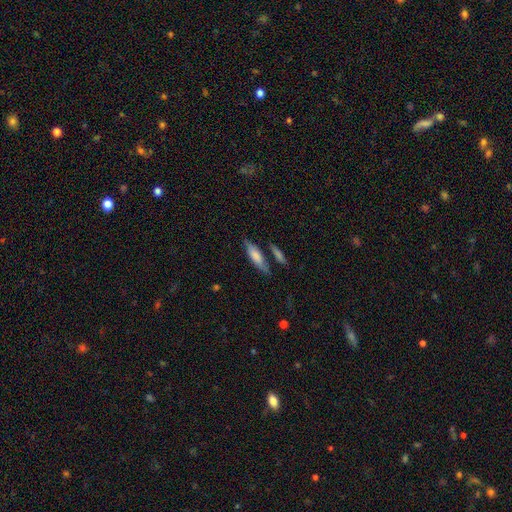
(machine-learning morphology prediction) Smooth or featured? Predicted: smooth (p=0.67). How rounded? Predicted: cigar-shaped (p=0.57). Merging? Predicted: none (p=0.67).